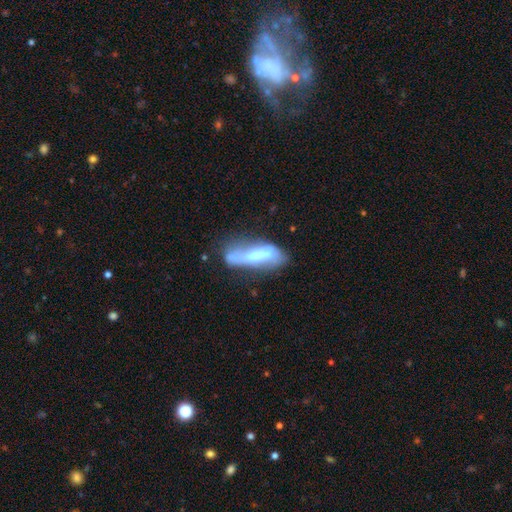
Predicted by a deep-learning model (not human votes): smooth_or_featured: featured or disk (p=0.69) [alt: smooth p=0.23]
disk_edge_on: no (p=0.73) [alt: yes p=0.27]
bar: strong (p=0.42) [alt: no p=0.30]
has_spiral_arms: yes (p=0.61) [alt: no p=0.39]
bulge_size: moderate (p=0.64) [alt: small p=0.23]
merging: none (p=0.59) [alt: minor disturbance p=0.22]